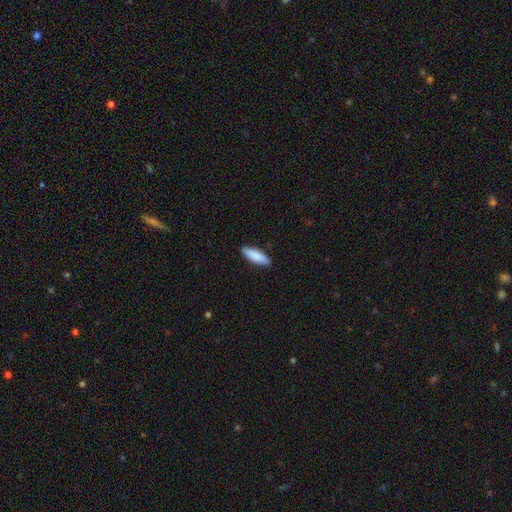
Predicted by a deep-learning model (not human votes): A smooth galaxy with no disk features (87%) that is in between round and cigar-shaped (50%).

Vote fractions:
- Smooth or featured? smooth: 87% / featured or disk: 8% / star or artifact: 5%
- How rounded? in between: 50% / cigar-shaped: 48% / round: 2%
- Merging? none: 89% / minor disturbance: 8% / major disturbance: 2% / merger: 1%